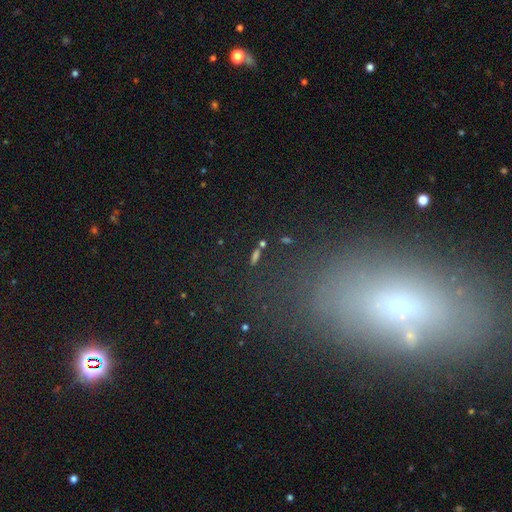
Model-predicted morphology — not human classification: This appears to be a star or artifact, not a galaxy (46%).